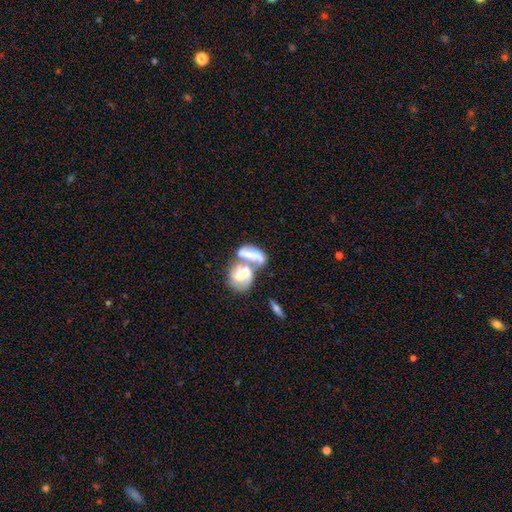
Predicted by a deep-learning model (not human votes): featured or disk 52%, smooth 39%, star or artifact 9%. Down the decision tree: edge-on disk — no (95%); merging — merger (72%).